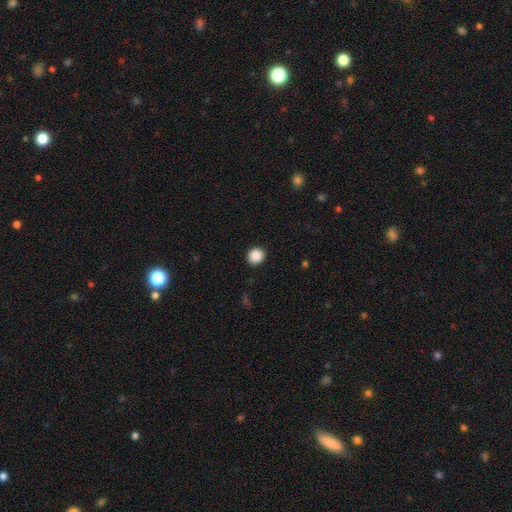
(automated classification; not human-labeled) A smooth galaxy with no disk features (89%) that is round (83%). Merging: none (92%).